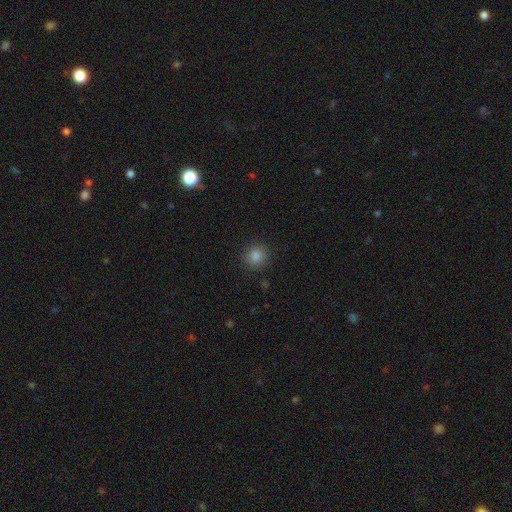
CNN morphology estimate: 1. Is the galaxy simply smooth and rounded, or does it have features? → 83% smooth, 13% star or artifact, 4% featured or disk.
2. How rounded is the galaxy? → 91% round, 8% in between, 1% cigar-shaped.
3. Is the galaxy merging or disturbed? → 91% none, 6% minor disturbance, 2% major disturbance, 1% merger.